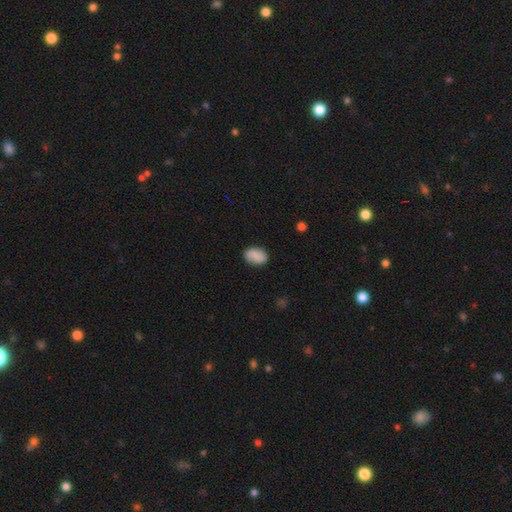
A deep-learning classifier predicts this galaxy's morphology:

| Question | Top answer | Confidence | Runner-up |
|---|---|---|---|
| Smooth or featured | smooth | 82% | featured or disk (11%) |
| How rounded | in between | 84% | round (14%) |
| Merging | none | 85% | minor disturbance (11%) |